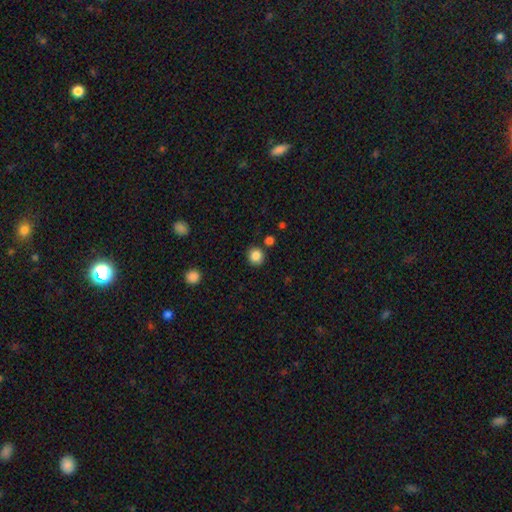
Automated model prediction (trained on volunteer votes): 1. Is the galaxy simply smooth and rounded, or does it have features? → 86% smooth, 10% star or artifact, 4% featured or disk.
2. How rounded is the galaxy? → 90% round, 9% in between, 1% cigar-shaped.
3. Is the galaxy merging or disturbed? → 86% none, 7% minor disturbance, 4% merger, 2% major disturbance.